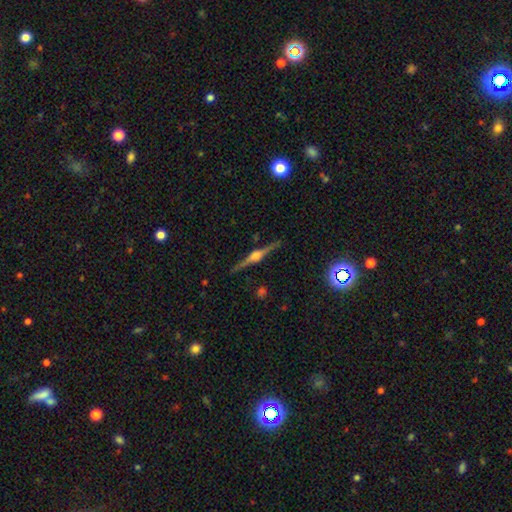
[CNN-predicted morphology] type=featured or disk (86%); edge-on=yes (98%); edge-on bulge=rounded (88%); merging=none (90%).